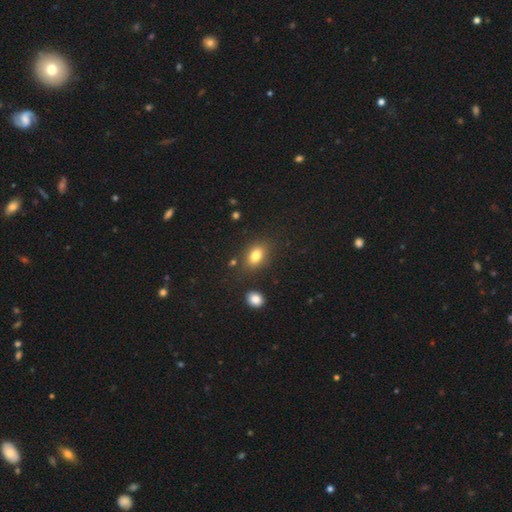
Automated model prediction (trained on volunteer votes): smooth 81%, star or artifact 11%, featured or disk 9%. Down the decision tree: how rounded — in between (76%); merging — none (81%).